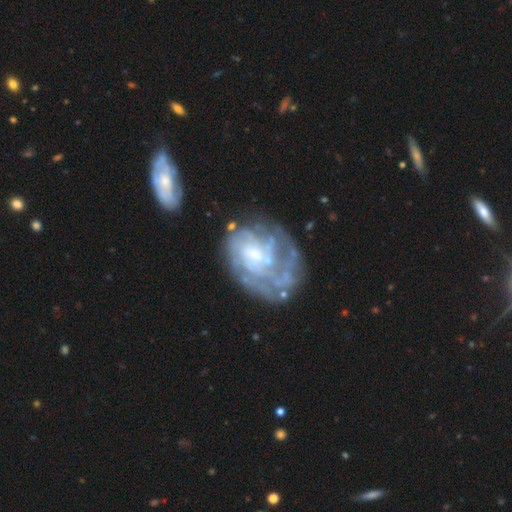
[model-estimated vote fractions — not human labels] featured or disk 77%, smooth 15%, star or artifact 8%. Down the decision tree: edge-on disk — no (97%); bar — no (69%); spiral arms — yes (75%); spiral arm count — can't tell (52%); spiral winding — tight (55%); bulge size — moderate (35%); merging — none (48%).